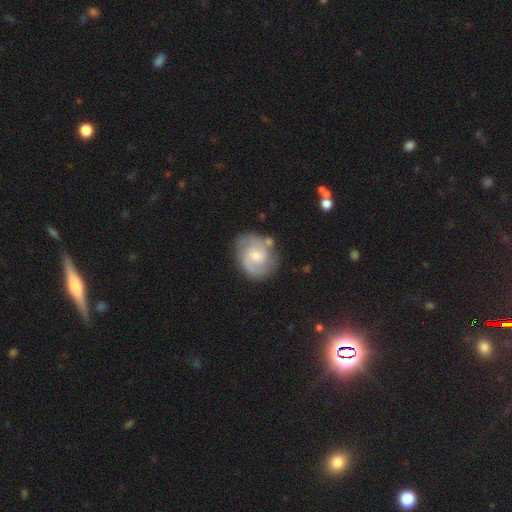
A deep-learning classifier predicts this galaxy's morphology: smooth-or-featured: featured or disk: 74% | smooth: 20% | star or artifact: 6%
  disk-edge-on: no: 98% | yes: 2%
    bar: no: 52% | weak: 42% | strong: 6%
    has-spiral-arms: yes: 93% | no: 7%
      spiral-winding: medium: 51% | tight: 31% | loose: 18%
      spiral-arm-count: 2: 77% | can't tell: 10% | 3: 6% | 1: 3% | 4: 2% | more than 4: 2%
    bulge-size: small: 48% | moderate: 46% | large: 3% | none: 2% | dominant: 1%
  merging: none: 71% | minor disturbance: 17% | merger: 7% | major disturbance: 6%